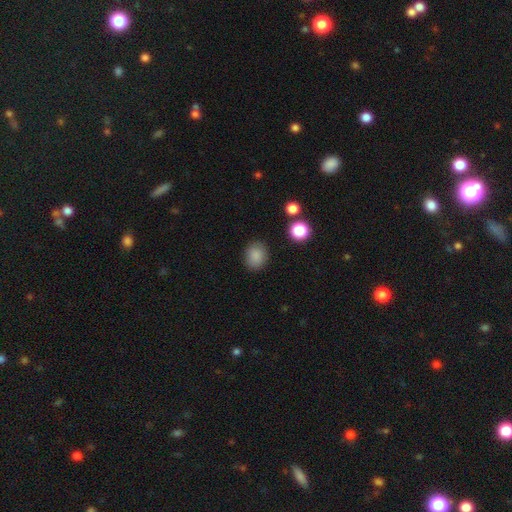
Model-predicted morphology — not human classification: This is clearly a smooth galaxy (86%). How rounded: possibly round (52%). Merging: clearly none (85%).